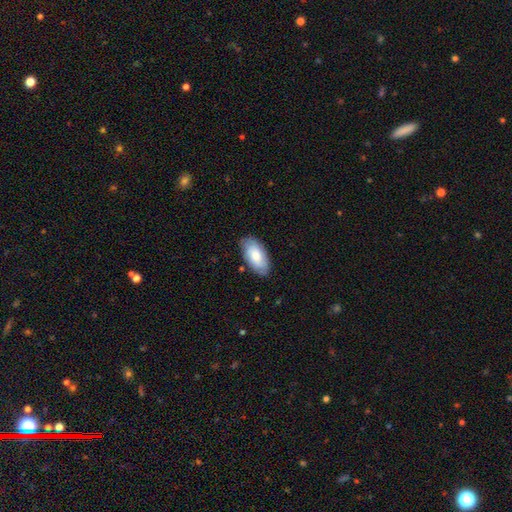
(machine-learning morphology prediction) Smooth or featured? smooth (71%)
How rounded? in between (94%)
Merging? none (83%)